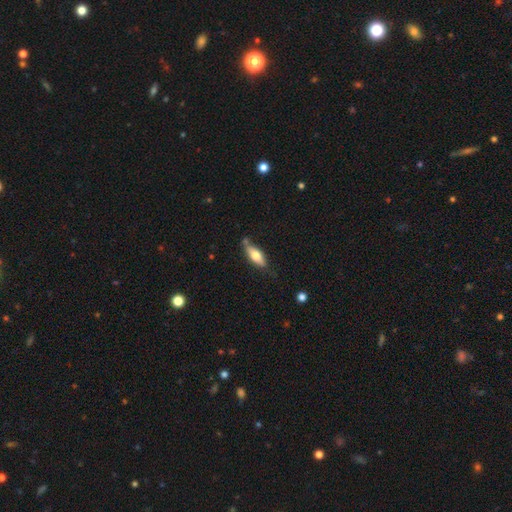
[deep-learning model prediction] Overall: smooth (63%; featured or disk 31%). How rounded: in between (67%; cigar-shaped 30%). Merging: none (67%).